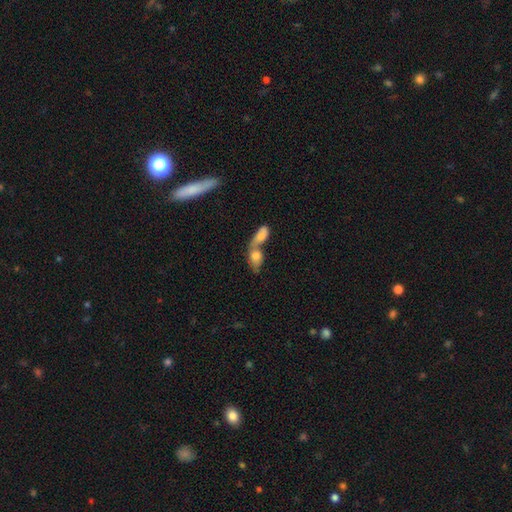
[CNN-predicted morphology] Q: Smooth or featured?
A: smooth (60%); runner-up: featured or disk (29%)
Q: How rounded?
A: in between (66%); runner-up: cigar-shaped (19%)
Q: Merging?
A: merger (69%); runner-up: none (19%)